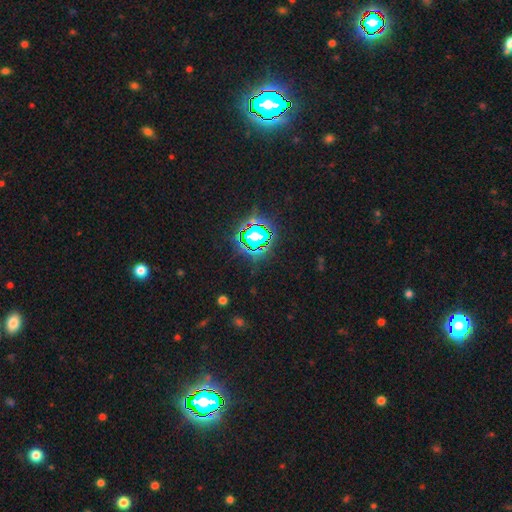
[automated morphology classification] A star or artifact, not a galaxy (81%).